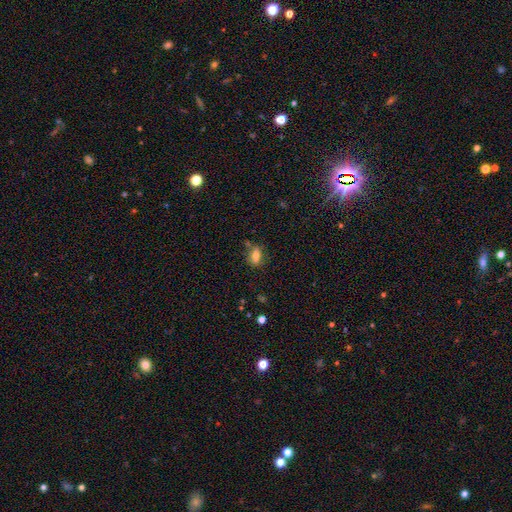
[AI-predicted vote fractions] A smooth galaxy with no disk features (72%) that is in between round and cigar-shaped (77%).

Vote fractions:
- Smooth or featured? smooth: 72% / featured or disk: 17% / star or artifact: 11%
- How rounded? in between: 77% / round: 16% / cigar-shaped: 7%
- Merging? none: 69% / minor disturbance: 18% / merger: 8% / major disturbance: 5%